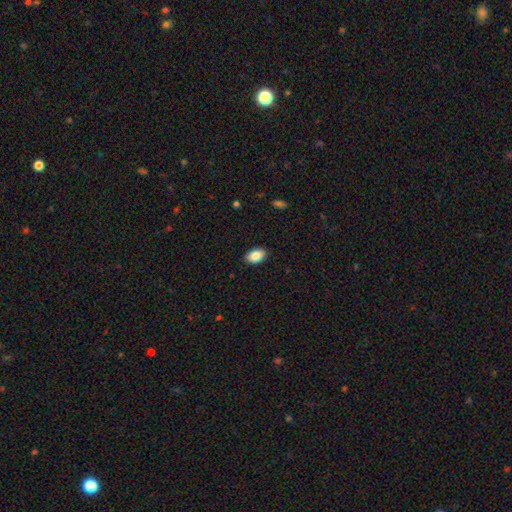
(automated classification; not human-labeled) A smooth galaxy with no disk features (87%) that is in between round and cigar-shaped (90%). Merging: none (89%).